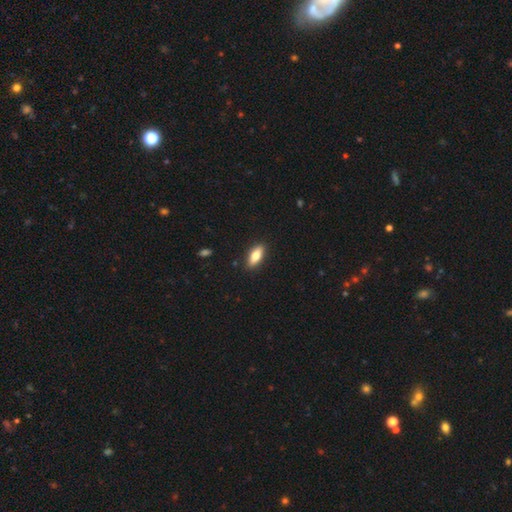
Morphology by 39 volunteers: Q: Smooth or featured?
A: smooth (67%); runner-up: featured or disk (28%)
Q: How rounded?
A: in between (73%); runner-up: cigar-shaped (27%)
Q: Merging?
A: none (84%); runner-up: minor disturbance (8%)